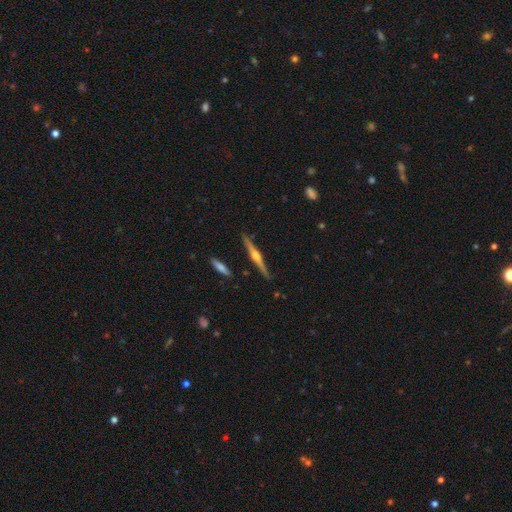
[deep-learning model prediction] Overall: featured or disk (82%). Edge-on disk: yes (98%). Edge-on bulge: rounded (90%). Merging: none (89%).